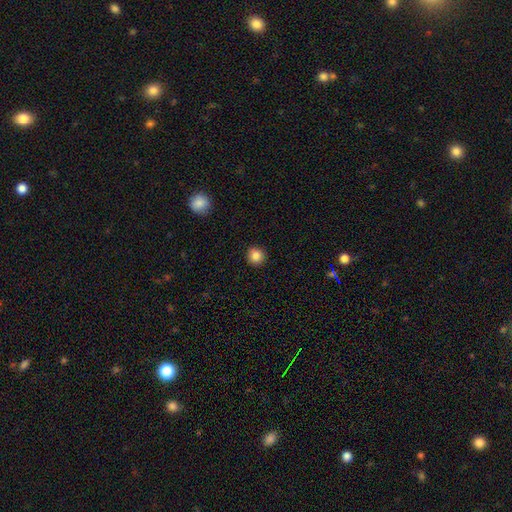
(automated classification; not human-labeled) Smooth or featured: smooth — 85% (star or artifact — 10%)
How rounded: round — 92% (in between — 7%)
Merging: none — 92% (minor disturbance — 5%)